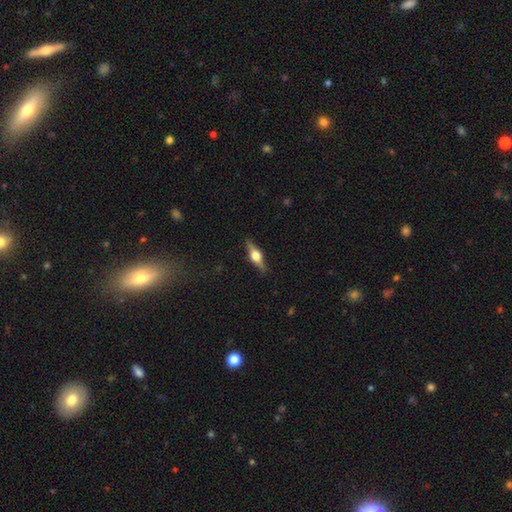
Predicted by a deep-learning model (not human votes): Q: Smooth or featured?
A: featured or disk (72%); runner-up: smooth (22%)
Q: Edge-on disk?
A: yes (96%); runner-up: no (4%)
Q: Edge-on bulge?
A: rounded (95%); runner-up: boxy (4%)
Q: Merging?
A: none (89%); runner-up: minor disturbance (8%)